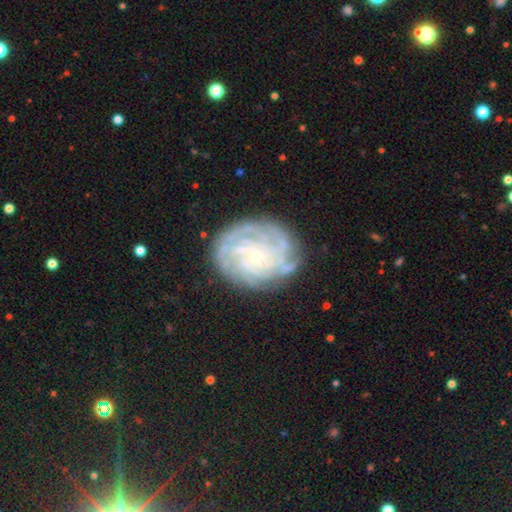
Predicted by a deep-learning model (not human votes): smooth_or_featured: featured or disk (p=0.81) [alt: smooth p=0.11]
disk_edge_on: no (p=0.97) [alt: yes p=0.03]
bar: no (p=0.68) [alt: weak p=0.26]
has_spiral_arms: yes (p=0.95) [alt: no p=0.05]
spiral_winding: tight (p=0.76) [alt: medium p=0.19]
spiral_arm_count: can't tell (p=0.31) [alt: 4 p=0.23]
bulge_size: small (p=0.83) [alt: moderate p=0.12]
merging: none (p=0.79) [alt: minor disturbance p=0.14]